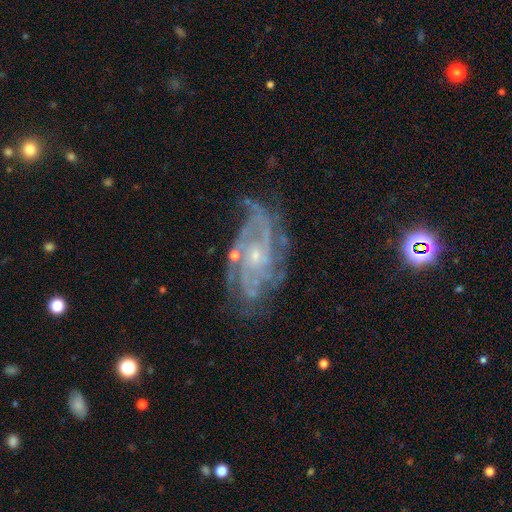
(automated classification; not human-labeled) smooth-or-featured: featured or disk: 87% | star or artifact: 7% | smooth: 6%
  disk-edge-on: no: 96% | yes: 4%
    bar: no: 69% | weak: 25% | strong: 6%
    has-spiral-arms: yes: 96% | no: 4%
      spiral-winding: tight: 54% | medium: 36% | loose: 10%
      spiral-arm-count: can't tell: 28% | 3: 21% | 2: 19% | 4: 17% | more than 4: 8% | 1: 7%
    bulge-size: small: 78% | moderate: 16% | none: 3% | large: 1% | dominant: 1%
  merging: none: 64% | minor disturbance: 21% | major disturbance: 11% | merger: 3%